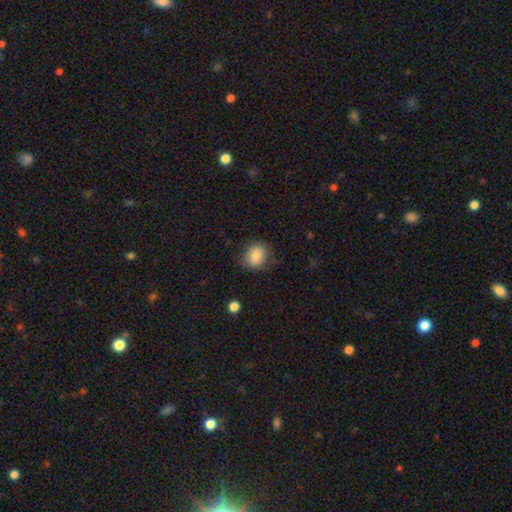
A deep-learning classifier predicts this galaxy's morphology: smooth_or_featured: smooth (p=0.83) [alt: featured or disk p=0.09]
how_rounded: round (p=0.55) [alt: in between p=0.44]
merging: none (p=0.75) [alt: minor disturbance p=0.18]